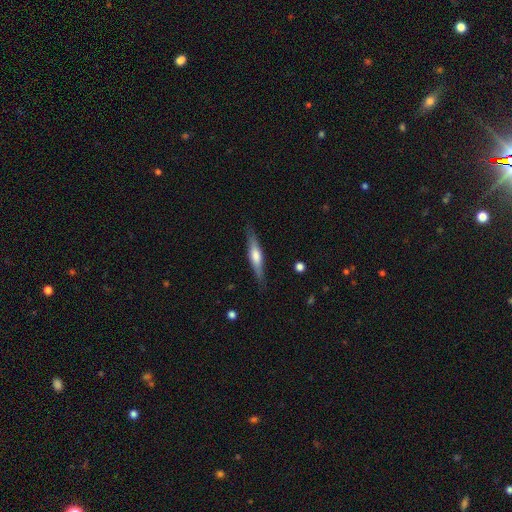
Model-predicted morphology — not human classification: Smooth or featured? Predicted: featured or disk (p=0.54). Edge-on disk? Predicted: yes (p=0.95). Edge-on bulge? Predicted: rounded (p=0.75). Merging? Predicted: none (p=0.85).